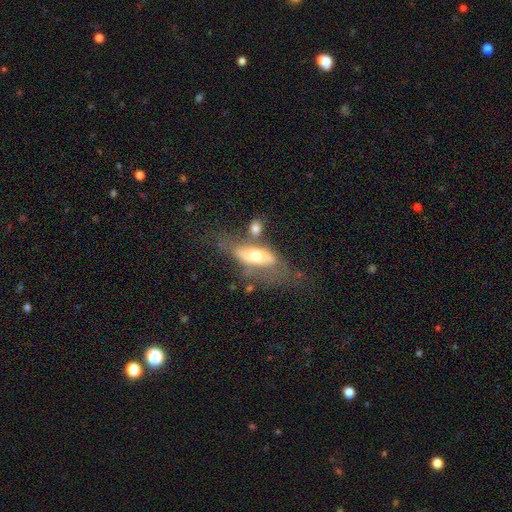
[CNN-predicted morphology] This appears to be a featured or disk galaxy (47%). Merging: none (35%).